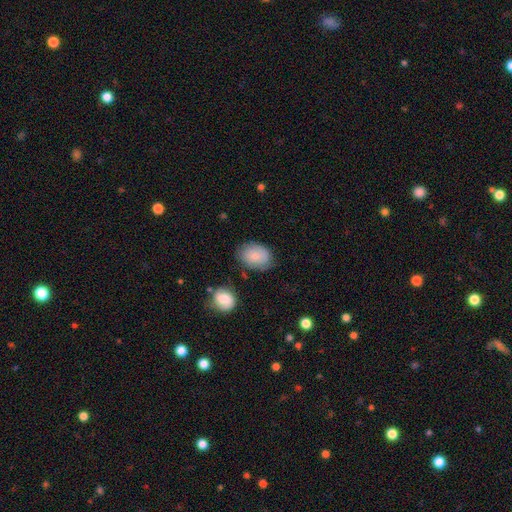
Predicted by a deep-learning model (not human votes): A smooth galaxy with no disk features (83%) that is in between round and cigar-shaped (77%). Merging: none (71%).